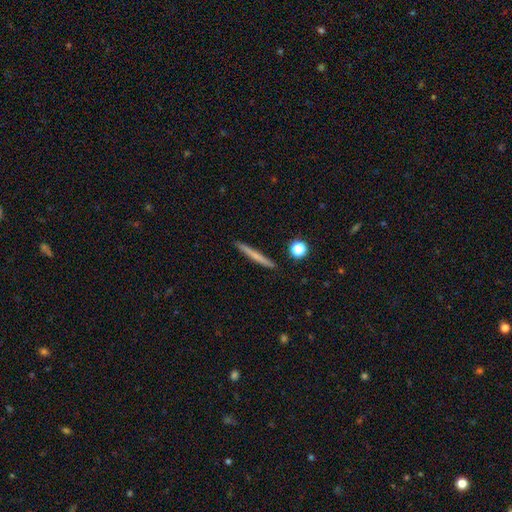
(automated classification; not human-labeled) This appears to be a smooth galaxy with no disk features (63%) that is cigar-shaped (96%). Merging: none (91%).